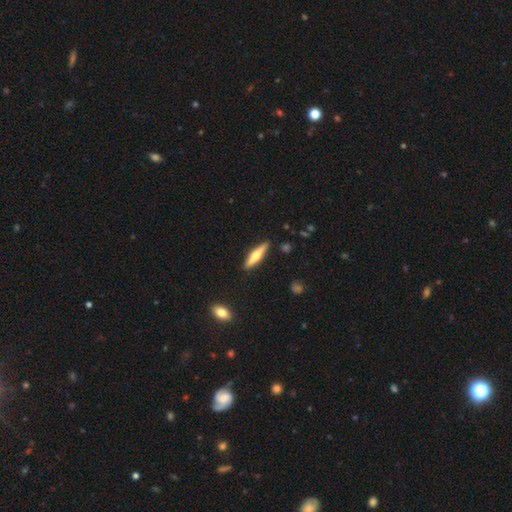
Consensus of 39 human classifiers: This appears to be a featured or disk galaxy (59%) viewed edge-on (91%) with a rounded central bulge (81%). Merging: none (94%).